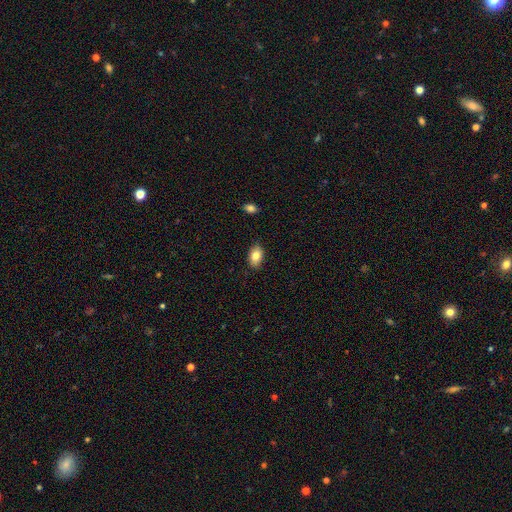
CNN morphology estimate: This appears to be a smooth galaxy with no disk features (83%) that is in between round and cigar-shaped (88%). Merging: none (86%).